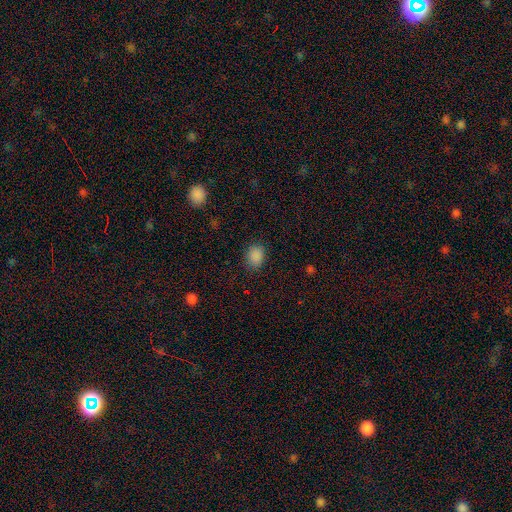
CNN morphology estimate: smooth-or-featured: smooth: 87% | star or artifact: 10% | featured or disk: 3%
  how-rounded: in between: 61% | round: 38% | cigar-shaped: 1%
  merging: none: 85% | minor disturbance: 11% | major disturbance: 3% | merger: 1%